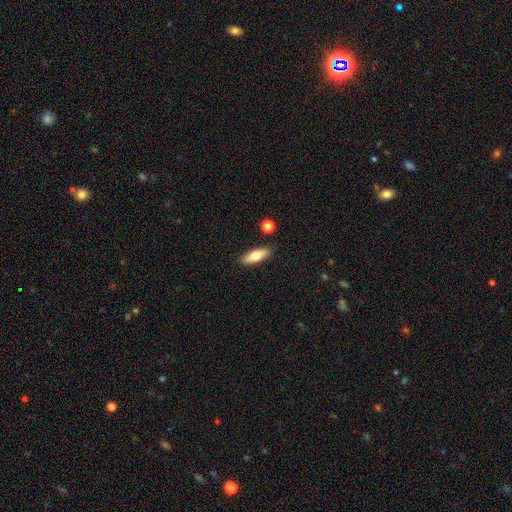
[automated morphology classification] Smooth or featured: smooth — 67% (featured or disk — 26%)
How rounded: in between — 63% (cigar-shaped — 33%)
Merging: none — 87% (minor disturbance — 9%)